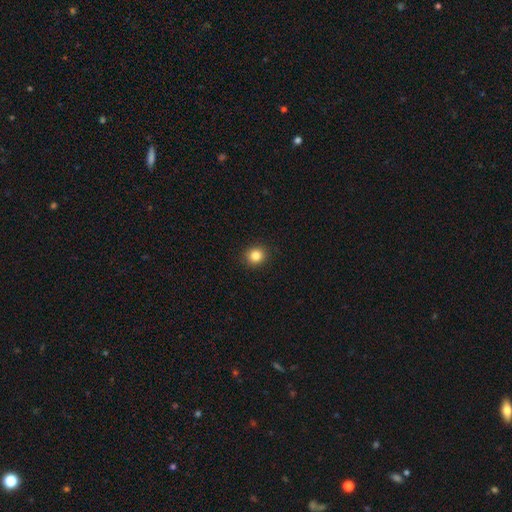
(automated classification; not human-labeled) Morphology: type=smooth (84%); roundness=round (86%); merging=none (92%).